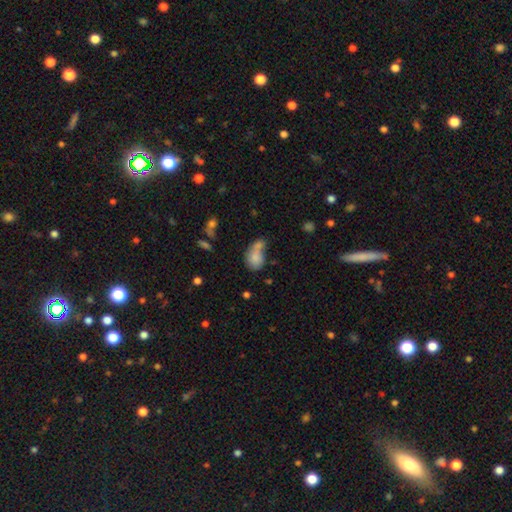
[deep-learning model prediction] smooth-or-featured: smooth: 78% | featured or disk: 13% | star or artifact: 9%
  how-rounded: in between: 64% | round: 34% | cigar-shaped: 2%
  merging: merger: 55% | none: 26% | minor disturbance: 12% | major disturbance: 8%